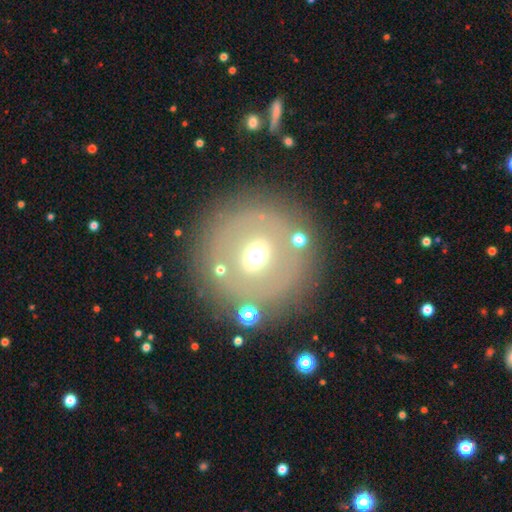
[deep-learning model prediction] This is possibly a smooth galaxy (50%). How rounded: clearly round (90%). Merging: clearly none (80%).